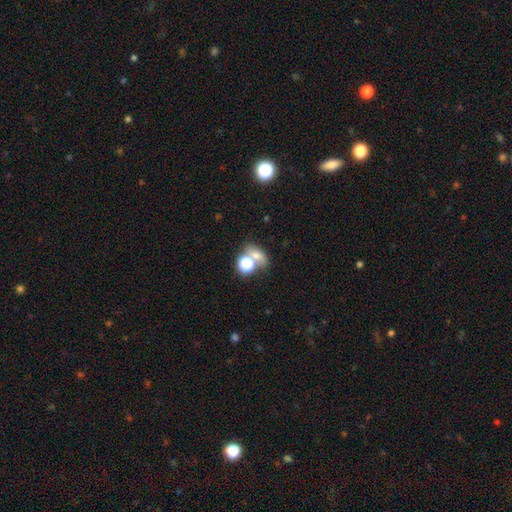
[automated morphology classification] type=smooth (66%); roundness=in between (55%); merging=merger (43%).